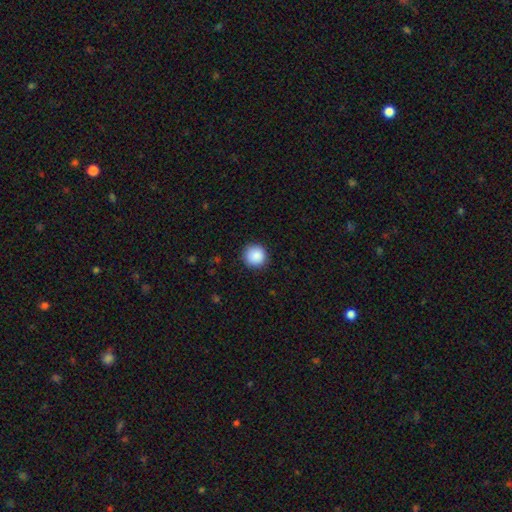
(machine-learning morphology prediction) The model was most divided on "smooth or featured": smooth: 89%, star or artifact: 8%, featured or disk: 3%. More confident: how rounded — round (96%); merging — none (91%).